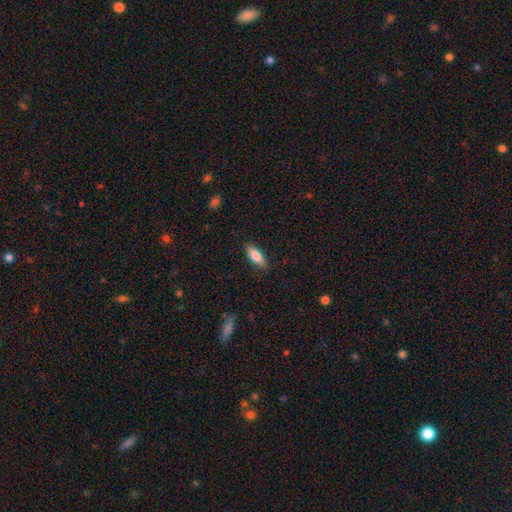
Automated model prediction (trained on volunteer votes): The model was most divided on "how rounded": in between: 65%, cigar-shaped: 33%, round: 2%. More confident: merging — none (86%); smooth or featured — smooth (80%).